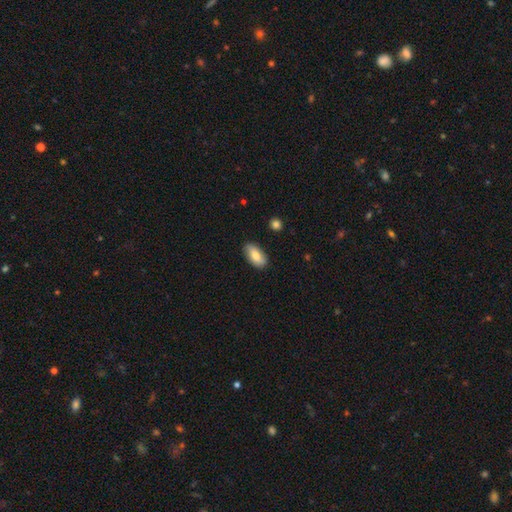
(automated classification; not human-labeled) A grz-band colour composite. It shows a smooth galaxy with no disk features (78%) that is in between round and cigar-shaped (92%). Merging: none (84%).